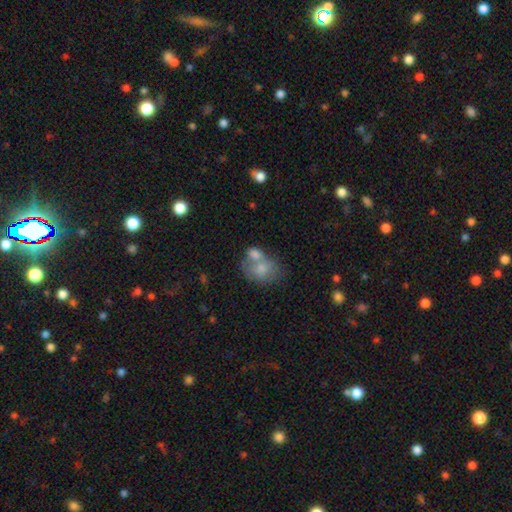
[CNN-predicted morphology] The model was most divided on "merging": merger: 53%, none: 29%, minor disturbance: 12%, major disturbance: 7%. More confident: smooth or featured — smooth (69%); how rounded — in between (64%).